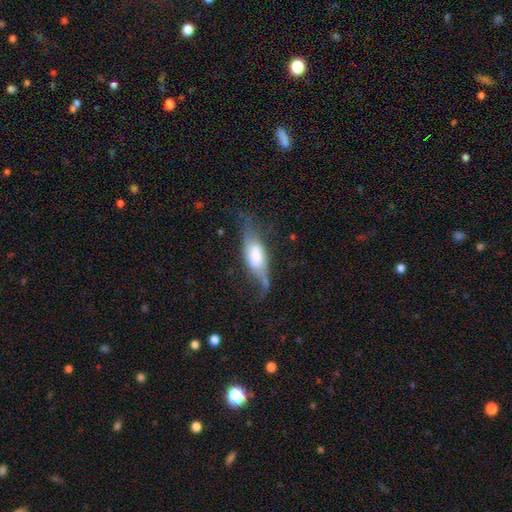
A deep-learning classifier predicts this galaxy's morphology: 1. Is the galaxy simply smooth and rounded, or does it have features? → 58% featured or disk, 34% smooth, 7% star or artifact.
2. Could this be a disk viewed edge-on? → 65% no, 35% yes.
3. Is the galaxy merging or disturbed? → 44% none, 28% minor disturbance, 24% major disturbance, 3% merger.